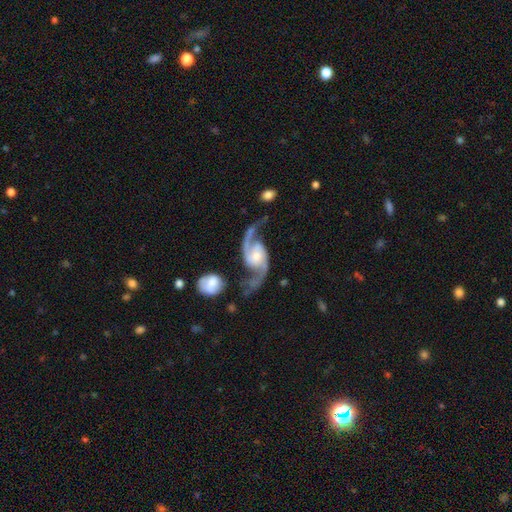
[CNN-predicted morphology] Smooth or featured?
  - featured or disk: 94% *
  - star or artifact: 3%
  - smooth: 3%
Edge-on disk?
  - no: 98% *
  - yes: 2%
Bar?
  - no: 51% *
  - weak: 37%
  - strong: 13%
Spiral arms?
  - yes: 98% *
  - no: 2%
Spiral winding?
  - loose: 64% *
  - medium: 30%
  - tight: 6%
Spiral arm count?
  - 2: 95% *
  - 1: 1%
  - can't tell: 1%
  - 3: 1%
  - 4: 1%
  - more than 4: 1%
Bulge size?
  - moderate: 45% *
  - small: 34%
  - large: 13%
  - none: 6%
  - dominant: 2%
Merging?
  - none: 65% *
  - minor disturbance: 16%
  - major disturbance: 11%
  - merger: 8%